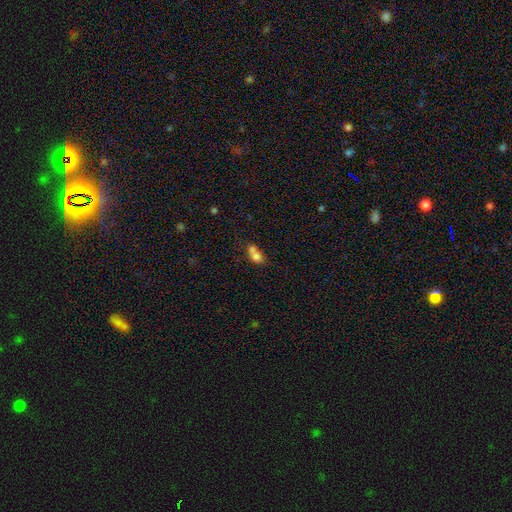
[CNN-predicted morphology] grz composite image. It shows a smooth galaxy with no disk features (72%) that is in between round and cigar-shaped (51%). Merging: merger (65%).